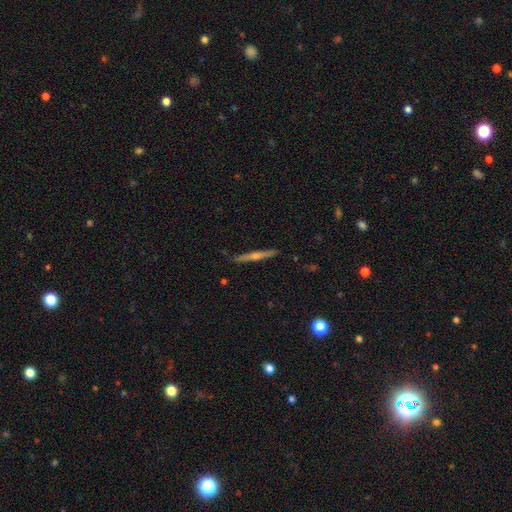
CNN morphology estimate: A featured or disk galaxy (70%) viewed edge-on (98%) with a rounded central bulge (79%). Merging: none (90%).